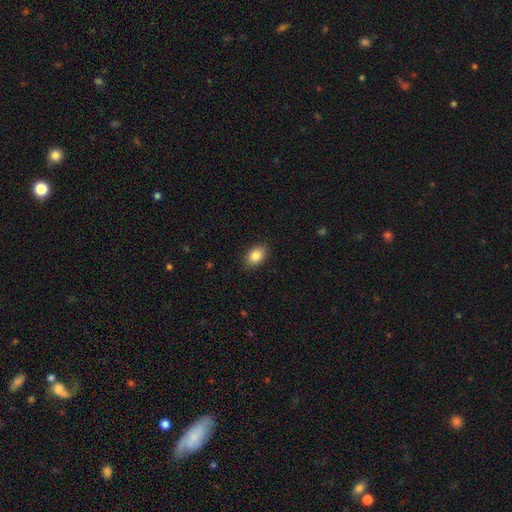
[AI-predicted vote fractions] A smooth galaxy with no disk features (86%) that is in between round and cigar-shaped (83%).

Vote fractions:
- Smooth or featured? smooth: 86% / star or artifact: 8% / featured or disk: 6%
- How rounded? in between: 83% / round: 16% / cigar-shaped: 1%
- Merging? none: 89% / minor disturbance: 8% / major disturbance: 2% / merger: 1%